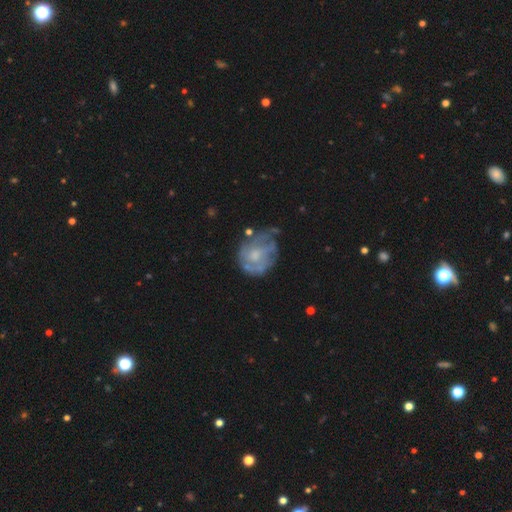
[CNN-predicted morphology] Smooth or featured?
  - featured or disk: 66% *
  - smooth: 26%
  - star or artifact: 7%
Edge-on disk?
  - no: 98% *
  - yes: 2%
Bar?
  - no: 76% *
  - weak: 21%
  - strong: 3%
Spiral arms?
  - yes: 55% *
  - no: 45%
Bulge size?
  - moderate: 48% *
  - small: 33%
  - none: 13%
  - large: 5%
  - dominant: 1%
Merging?
  - none: 50% *
  - minor disturbance: 27%
  - major disturbance: 19%
  - merger: 4%